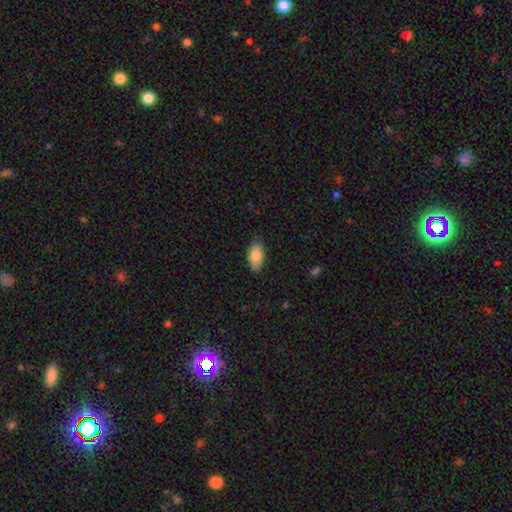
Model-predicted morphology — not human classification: Q: Smooth or featured?
A: smooth (82%); runner-up: featured or disk (12%)
Q: How rounded?
A: in between (92%); runner-up: cigar-shaped (5%)
Q: Merging?
A: none (82%); runner-up: minor disturbance (15%)